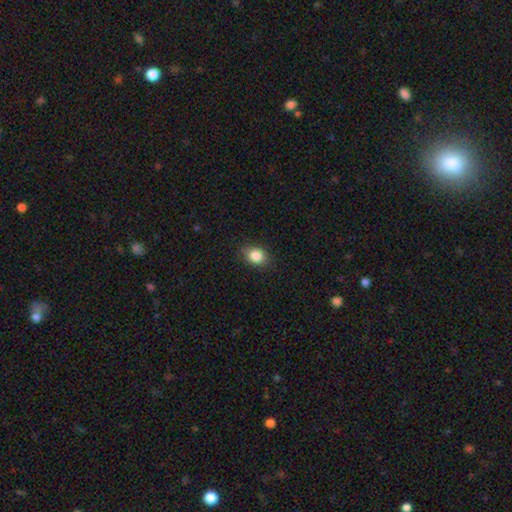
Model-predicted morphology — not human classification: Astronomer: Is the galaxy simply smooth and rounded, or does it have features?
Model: smooth — 86%.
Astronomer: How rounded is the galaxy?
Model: in between — 62%.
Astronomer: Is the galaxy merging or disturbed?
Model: none — 84%.